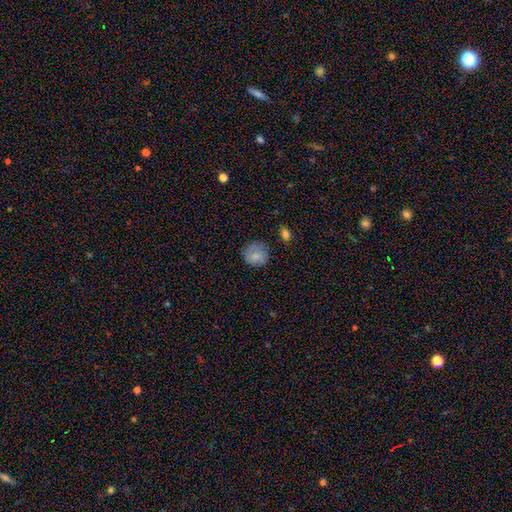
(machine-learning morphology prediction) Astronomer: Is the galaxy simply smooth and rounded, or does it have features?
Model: smooth — 80%.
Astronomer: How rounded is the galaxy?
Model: round — 84%.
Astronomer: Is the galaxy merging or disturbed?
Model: none — 73%.